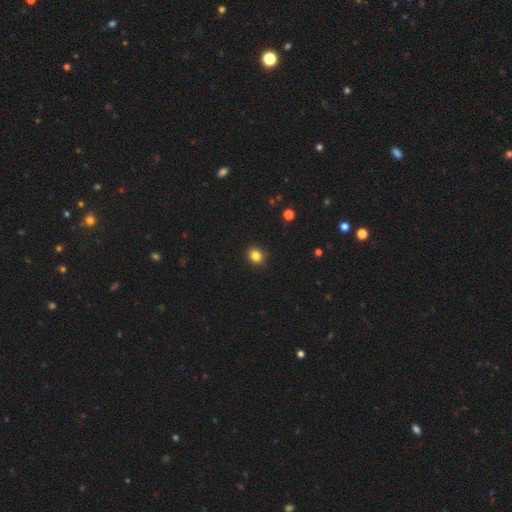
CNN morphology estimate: type=smooth (83%); roundness=round (72%); merging=none (90%).